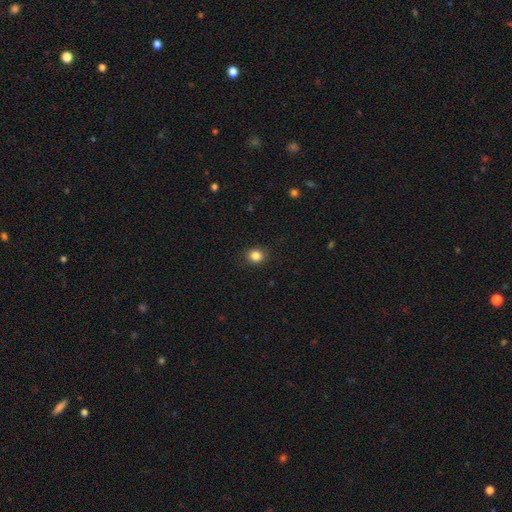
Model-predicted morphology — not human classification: smooth 84%, star or artifact 11%, featured or disk 4%. Down the decision tree: how rounded — round (78%); merging — none (90%).